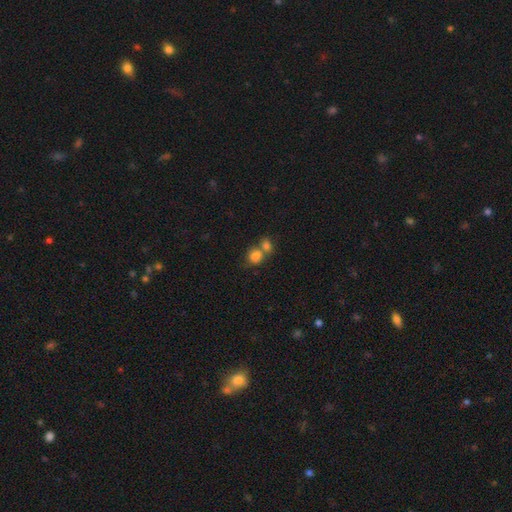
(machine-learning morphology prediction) A smooth galaxy with no disk features (81%) that is round (66%). Merging: merger (55%).